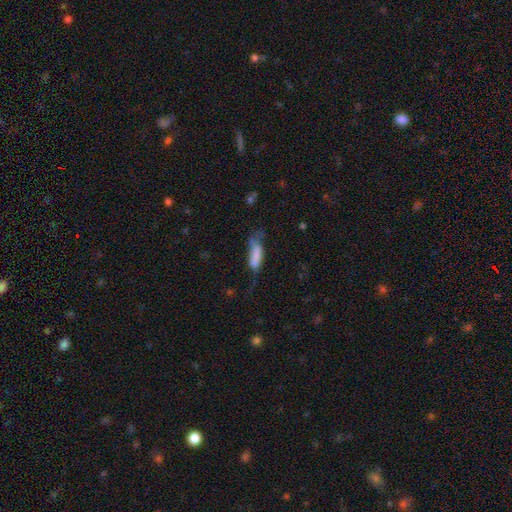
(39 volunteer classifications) A smooth galaxy with no disk features (69%) that is cigar-shaped (56%). Merging: major disturbance (40%).